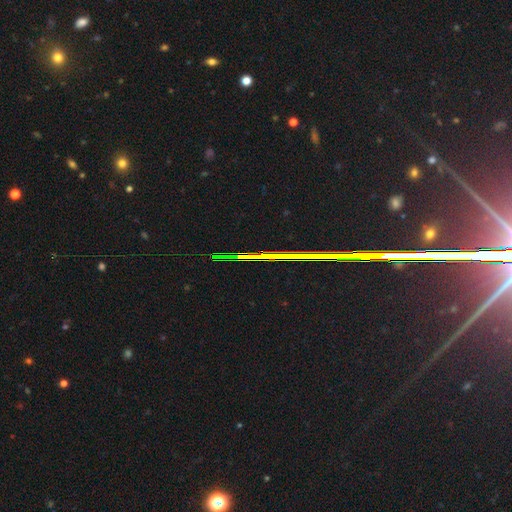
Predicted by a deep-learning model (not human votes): The model was most divided on "smooth or featured": star or artifact: 83%, featured or disk: 9%, smooth: 8%.